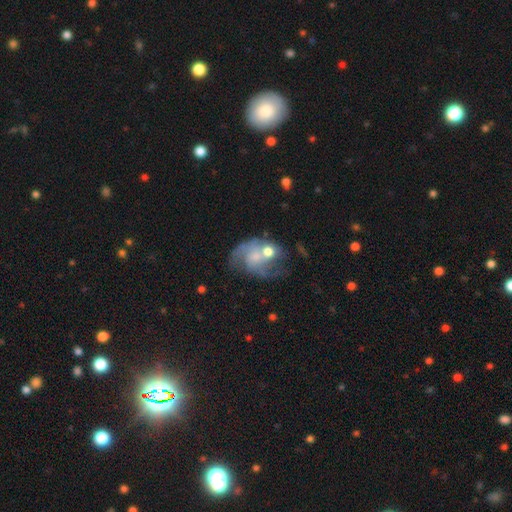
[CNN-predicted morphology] The model was most divided on "merging": none: 32%, merger: 25%, major disturbance: 24%, minor disturbance: 18%. Remaining: edge-on disk — no (98%); spiral arms — yes (78%); bar — no (72%); smooth or featured — featured or disk (66%); spiral arm count — 2 (54%); spiral winding — medium (44%); bulge size — moderate (42%).